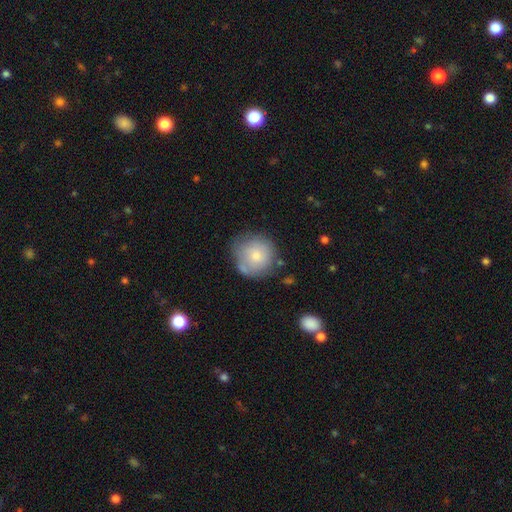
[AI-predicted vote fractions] This is likely a smooth galaxy (75%). How rounded: clearly round (91%). Merging: likely none (64%).